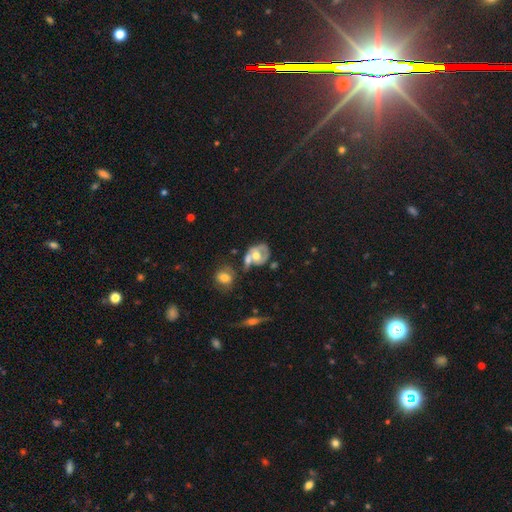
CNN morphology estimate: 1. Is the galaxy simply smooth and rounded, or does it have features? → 54% featured or disk, 38% smooth, 8% star or artifact.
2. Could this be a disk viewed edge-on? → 95% no, 5% yes.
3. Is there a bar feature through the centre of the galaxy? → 73% no, 20% weak, 7% strong.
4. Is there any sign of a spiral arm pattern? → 62% no, 38% yes.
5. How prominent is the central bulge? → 71% moderate, 14% large, 11% small, 2% none, 2% dominant.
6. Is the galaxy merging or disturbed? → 40% merger, 27% none, 18% minor disturbance, 15% major disturbance.